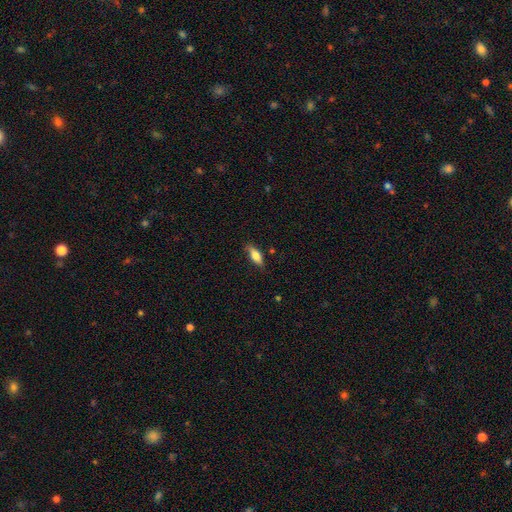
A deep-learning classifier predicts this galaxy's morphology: Q: Smooth or featured?
A: smooth (74%); runner-up: featured or disk (19%)
Q: How rounded?
A: in between (67%); runner-up: cigar-shaped (30%)
Q: Merging?
A: none (79%); runner-up: minor disturbance (16%)